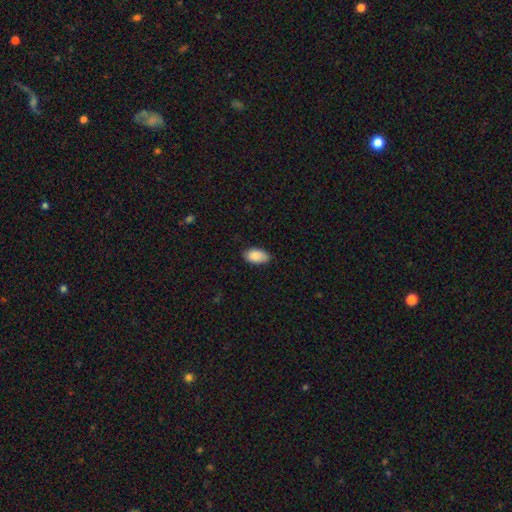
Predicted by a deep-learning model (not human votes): This appears to be a smooth galaxy with no disk features (88%) that is in between round and cigar-shaped (94%). Merging: none (78%).